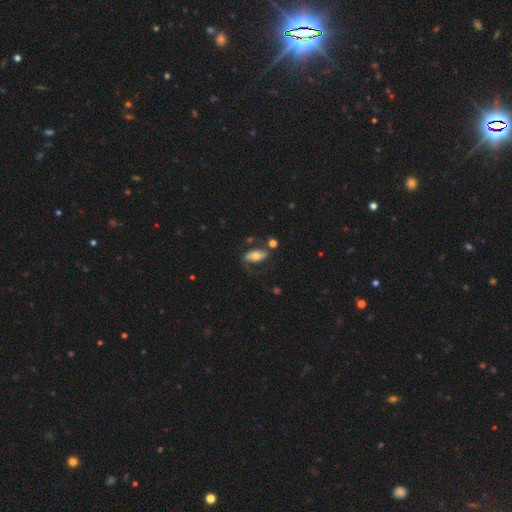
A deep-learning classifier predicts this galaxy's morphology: This appears to be a featured or disk galaxy (50%). Merging: none (57%).